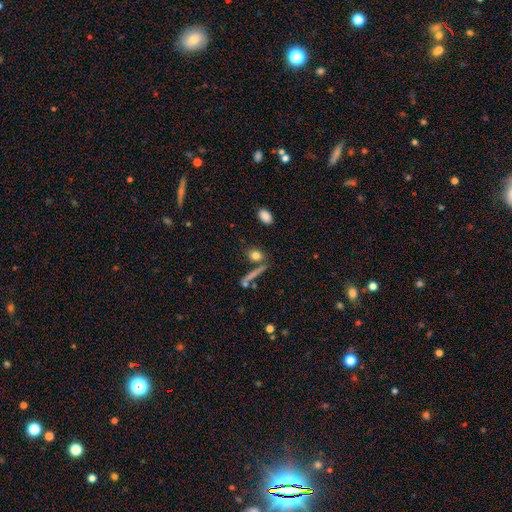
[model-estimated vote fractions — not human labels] Smooth or featured?
  - smooth: 78% *
  - featured or disk: 11%
  - star or artifact: 11%
How rounded?
  - in between: 46% *
  - round: 35%
  - cigar-shaped: 19%
Merging?
  - none: 69% *
  - merger: 15%
  - minor disturbance: 11%
  - major disturbance: 6%